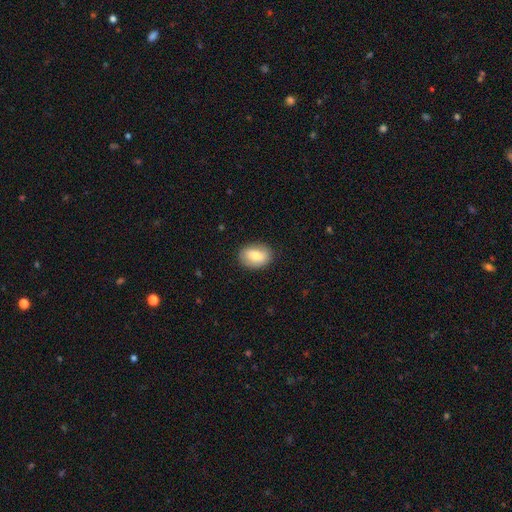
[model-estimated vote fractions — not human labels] Overall: smooth (73%). How rounded: in between (77%). Merging: none (83%).